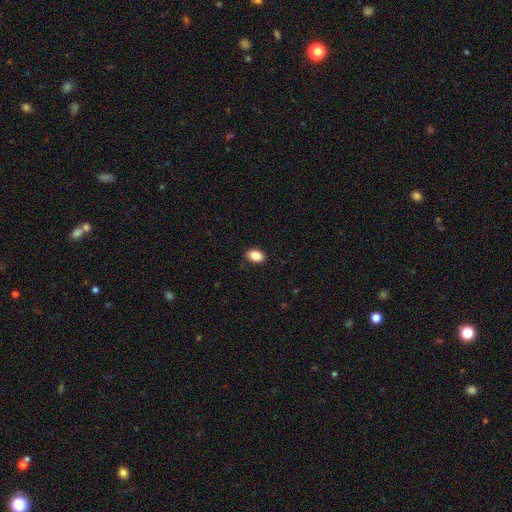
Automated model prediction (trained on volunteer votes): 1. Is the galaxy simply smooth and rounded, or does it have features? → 87% smooth, 8% star or artifact, 5% featured or disk.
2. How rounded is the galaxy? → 84% in between, 15% round, 1% cigar-shaped.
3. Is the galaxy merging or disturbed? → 89% none, 8% minor disturbance, 2% major disturbance, 1% merger.